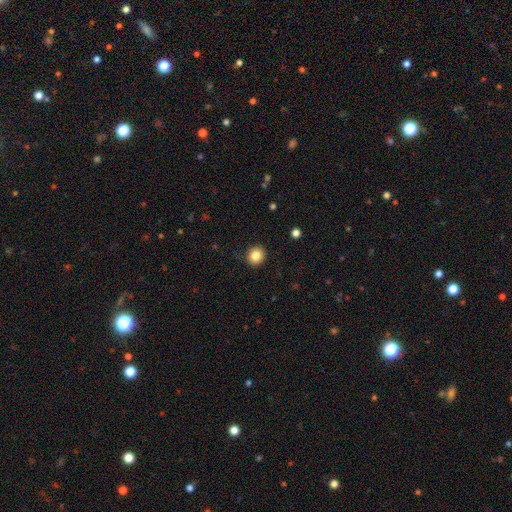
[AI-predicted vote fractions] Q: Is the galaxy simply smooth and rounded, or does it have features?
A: smooth — 84%.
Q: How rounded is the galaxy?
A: round — 88%.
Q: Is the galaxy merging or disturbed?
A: none — 90%.